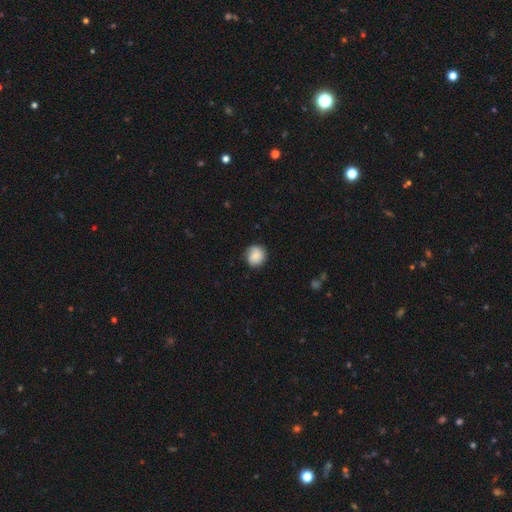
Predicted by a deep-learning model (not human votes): Smooth or featured?
  - smooth: 74% *
  - featured or disk: 18%
  - star or artifact: 7%
How rounded?
  - round: 88% *
  - in between: 11%
  - cigar-shaped: 1%
Merging?
  - none: 79% *
  - minor disturbance: 16%
  - major disturbance: 4%
  - merger: 1%